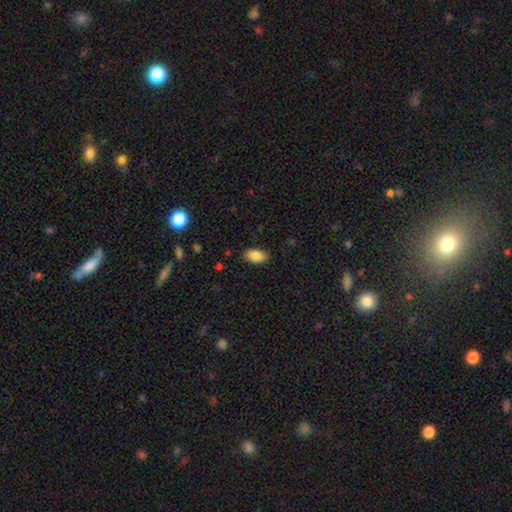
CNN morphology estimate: Overall: smooth (85%). How rounded: in between (92%). Merging: none (85%).